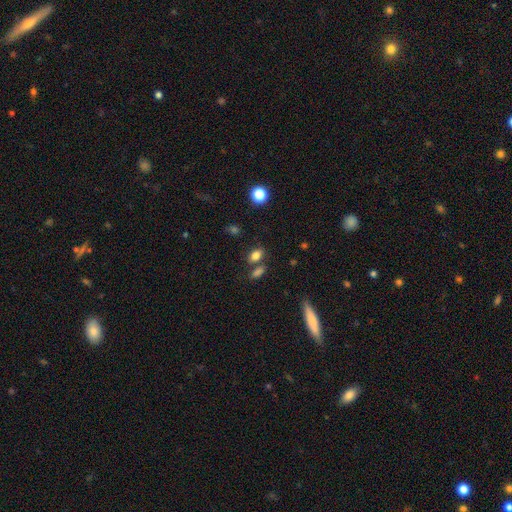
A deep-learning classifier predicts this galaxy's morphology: smooth_or_featured: smooth (p=0.80) [alt: star or artifact p=0.12]
how_rounded: in between (p=0.82) [alt: round p=0.14]
merging: none (p=0.67) [alt: merger p=0.17]